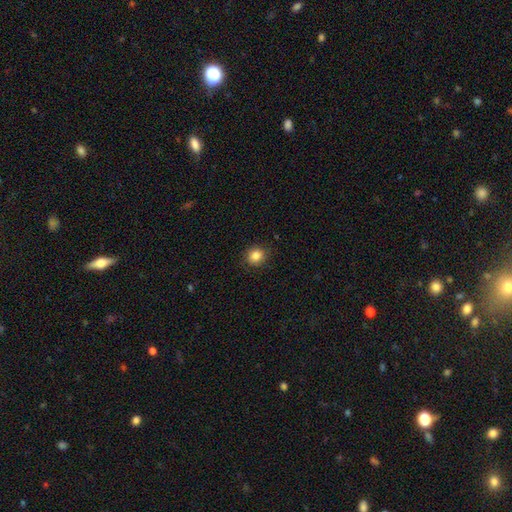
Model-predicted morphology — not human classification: type=smooth (85%); roundness=round (82%); merging=none (89%).